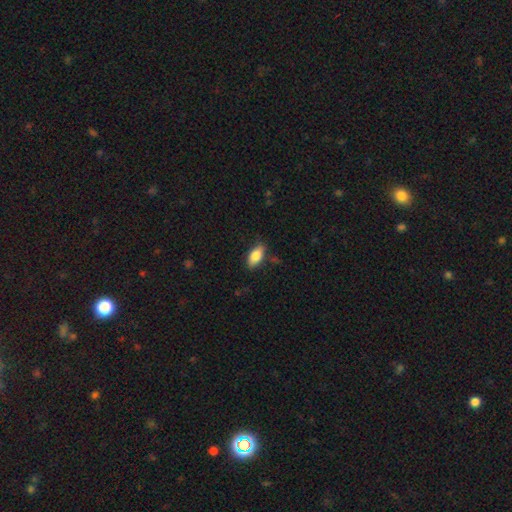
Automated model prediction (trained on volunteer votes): This is clearly a smooth galaxy (82%). How rounded: clearly in between (90%). Merging: likely none (78%).